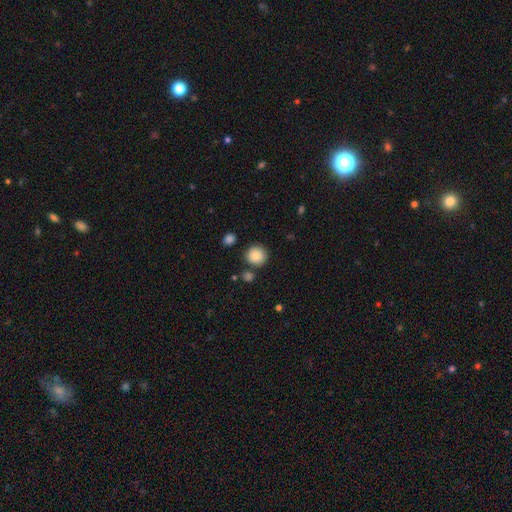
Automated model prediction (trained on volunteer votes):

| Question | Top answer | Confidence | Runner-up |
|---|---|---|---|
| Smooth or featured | smooth | 85% | star or artifact (9%) |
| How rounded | round | 91% | in between (8%) |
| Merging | none | 82% | minor disturbance (9%) |